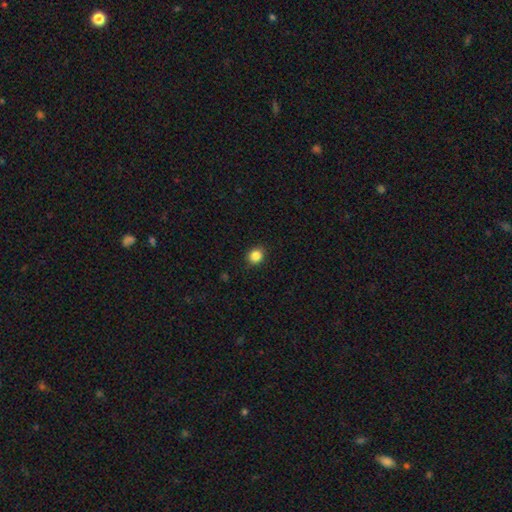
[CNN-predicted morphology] Smooth or featured?
  - smooth: 85% *
  - star or artifact: 11%
  - featured or disk: 4%
How rounded?
  - round: 79% *
  - in between: 20%
  - cigar-shaped: 1%
Merging?
  - none: 90% *
  - minor disturbance: 7%
  - major disturbance: 2%
  - merger: 1%